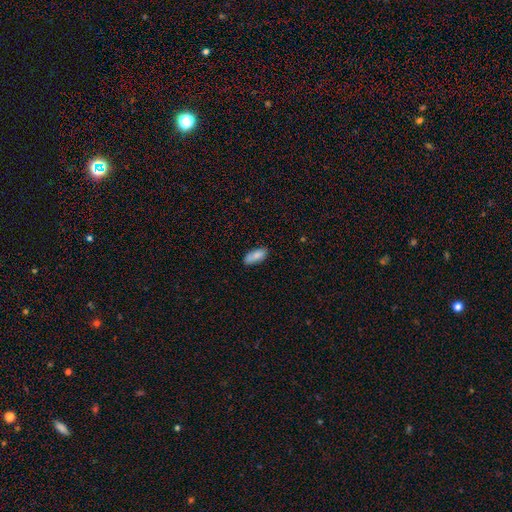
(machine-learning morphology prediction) smooth_or_featured: smooth (p=0.85) [alt: featured or disk p=0.09]
how_rounded: in between (p=0.81) [alt: cigar-shaped p=0.17]
merging: none (p=0.81) [alt: minor disturbance p=0.16]